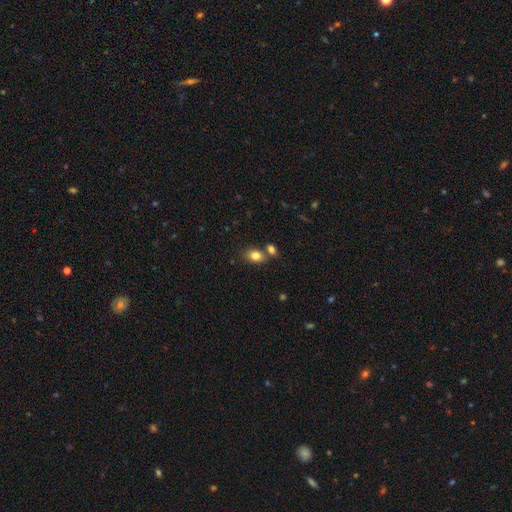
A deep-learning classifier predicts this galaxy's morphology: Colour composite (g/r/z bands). It shows a smooth galaxy with no disk features (82%) that is in between round and cigar-shaped (79%). Merging: none (61%).